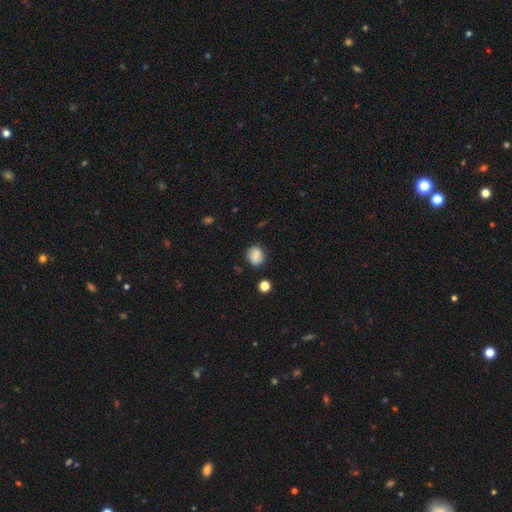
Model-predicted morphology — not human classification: type=smooth (80%); roundness=round (64%); merging=none (73%).